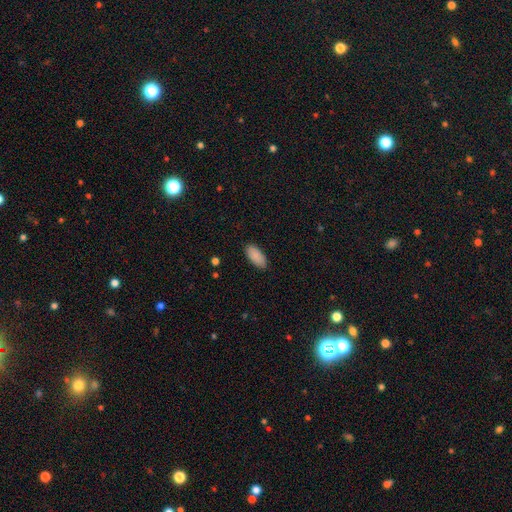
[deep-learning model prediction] A smooth galaxy with no disk features (90%) that is in between round and cigar-shaped (90%).

Vote fractions:
- Smooth or featured? smooth: 90% / star or artifact: 6% / featured or disk: 4%
- How rounded? in between: 90% / cigar-shaped: 8% / round: 2%
- Merging? none: 87% / minor disturbance: 10% / major disturbance: 2% / merger: 1%